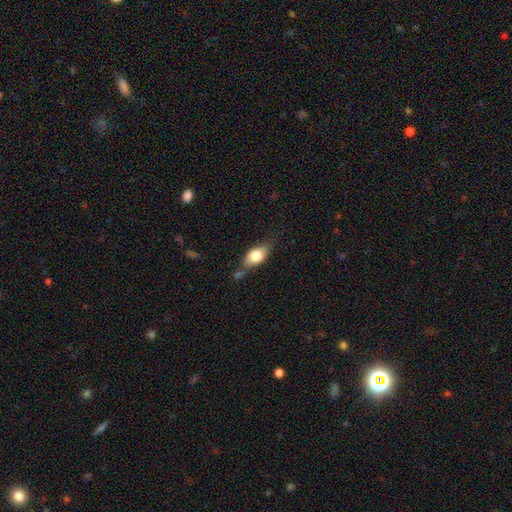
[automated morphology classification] type=smooth (67%); roundness=in between (80%); merging=none (56%).